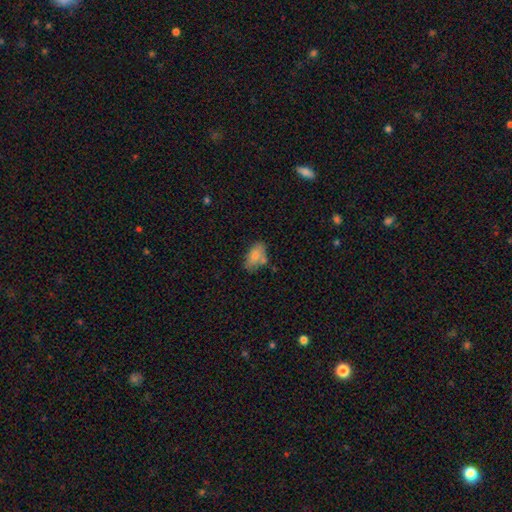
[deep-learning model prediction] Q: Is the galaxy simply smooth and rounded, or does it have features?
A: smooth — 78%.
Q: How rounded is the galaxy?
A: in between — 91%.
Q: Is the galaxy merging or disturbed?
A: none — 57%.